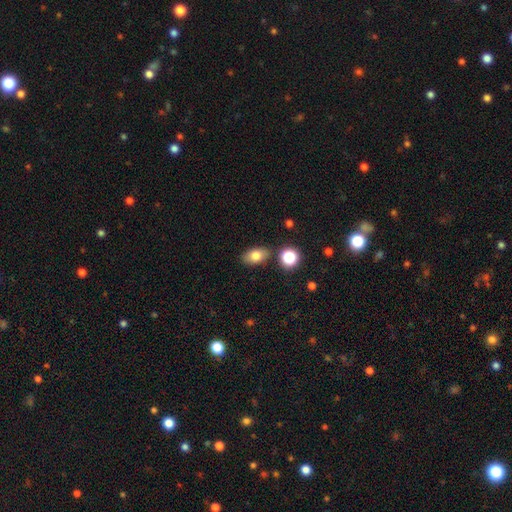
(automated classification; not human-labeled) Overall: smooth (79%). How rounded: in between (87%). Merging: none (81%).